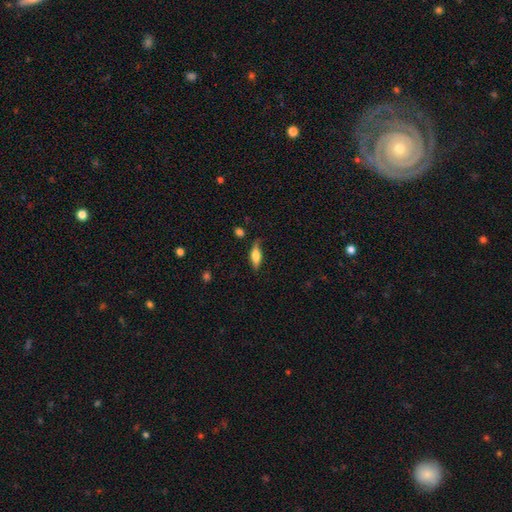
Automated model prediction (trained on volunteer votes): A smooth galaxy with no disk features (61%) that is in between round and cigar-shaped (59%).

Vote fractions:
- Smooth or featured? smooth: 61% / featured or disk: 33% / star or artifact: 6%
- How rounded? in between: 59% / cigar-shaped: 38% / round: 3%
- Merging? none: 66% / minor disturbance: 25% / major disturbance: 6% / merger: 2%